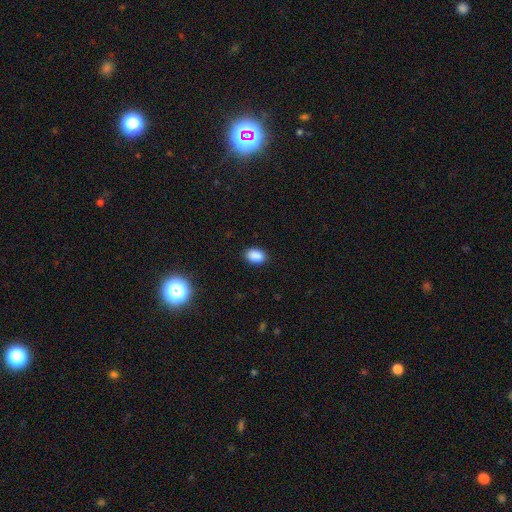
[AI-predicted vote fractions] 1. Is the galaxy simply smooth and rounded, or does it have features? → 88% smooth, 9% star or artifact, 3% featured or disk.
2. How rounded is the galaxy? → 87% in between, 12% round, 1% cigar-shaped.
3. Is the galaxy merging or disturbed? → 87% none, 9% minor disturbance, 2% major disturbance, 1% merger.